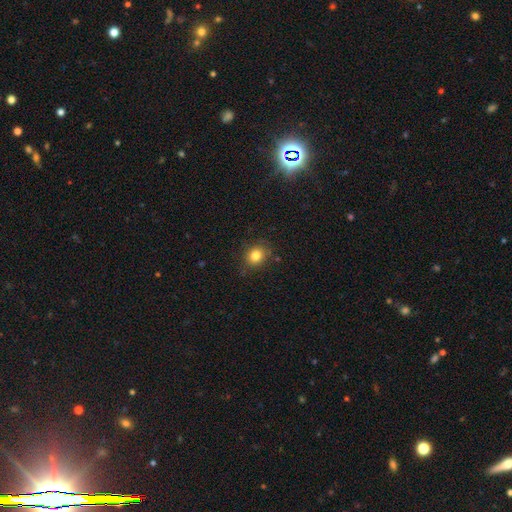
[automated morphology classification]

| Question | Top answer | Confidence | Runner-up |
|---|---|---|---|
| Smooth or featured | smooth | 82% | star or artifact (11%) |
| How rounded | round | 66% | in between (33%) |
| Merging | none | 80% | minor disturbance (15%) |